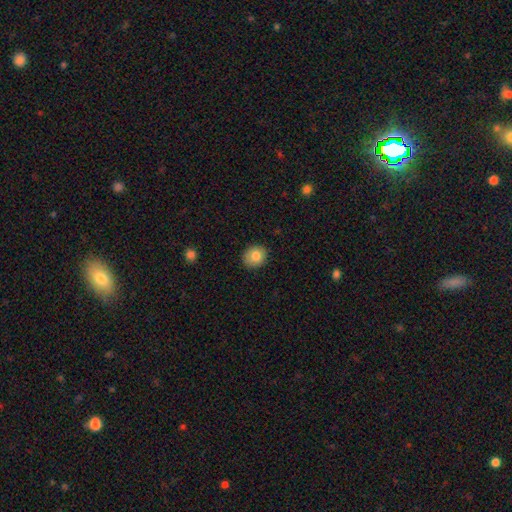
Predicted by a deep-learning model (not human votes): This is clearly a smooth galaxy (82%). How rounded: likely round (77%). Merging: clearly none (87%).